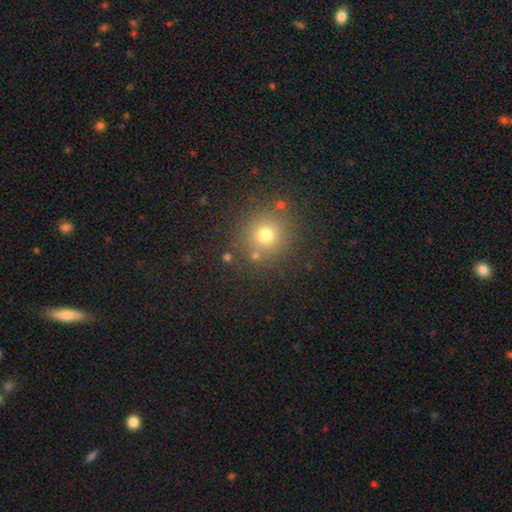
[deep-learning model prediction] This appears to be a smooth galaxy with no disk features (70%) that is round (92%). Merging: none (83%).